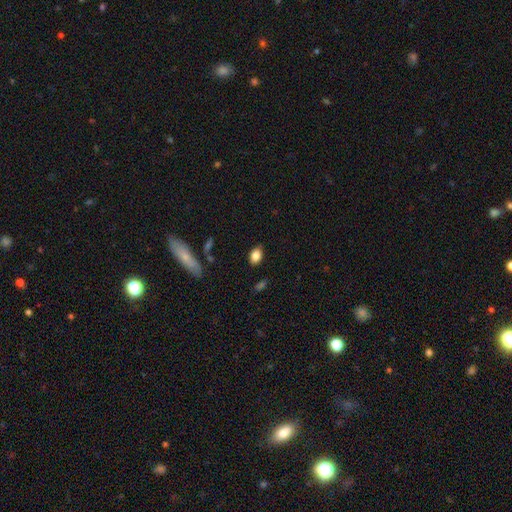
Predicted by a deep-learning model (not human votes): smooth_or_featured: smooth (p=0.84) [alt: star or artifact p=0.08]
how_rounded: in between (p=0.82) [alt: round p=0.16]
merging: none (p=0.83) [alt: minor disturbance p=0.12]